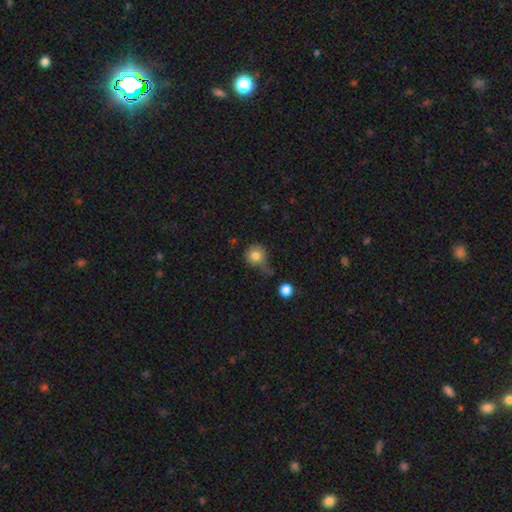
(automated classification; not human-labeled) A smooth galaxy with no disk features (80%) that is round (87%). Merging: none (45%).